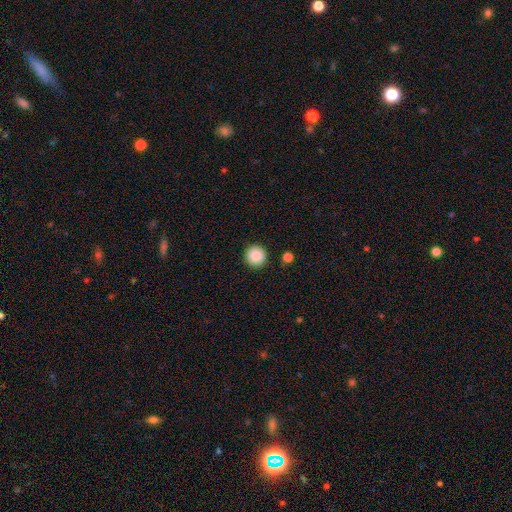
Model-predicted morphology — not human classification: This is clearly a smooth galaxy (89%). How rounded: clearly round (95%). Merging: clearly none (92%).